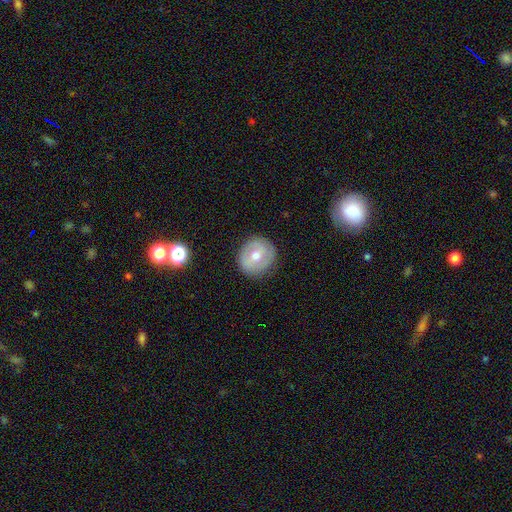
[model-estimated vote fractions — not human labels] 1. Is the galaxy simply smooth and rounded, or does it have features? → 50% featured or disk, 42% smooth, 9% star or artifact.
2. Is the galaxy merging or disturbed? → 83% none, 12% minor disturbance, 3% major disturbance, 1% merger.